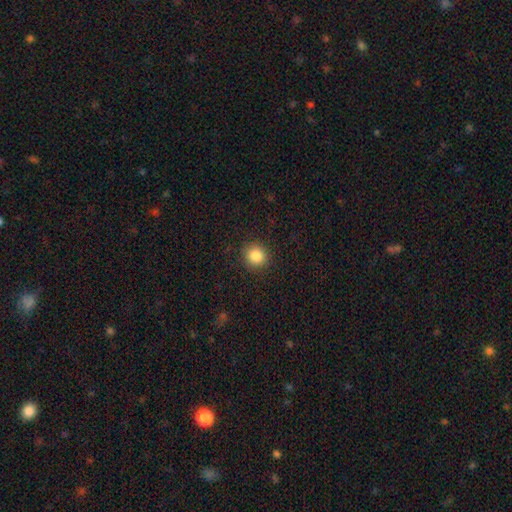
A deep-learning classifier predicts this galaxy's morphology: Smooth or featured: smooth — 86% (star or artifact — 10%)
How rounded: round — 89% (in between — 10%)
Merging: none — 90% (minor disturbance — 6%)